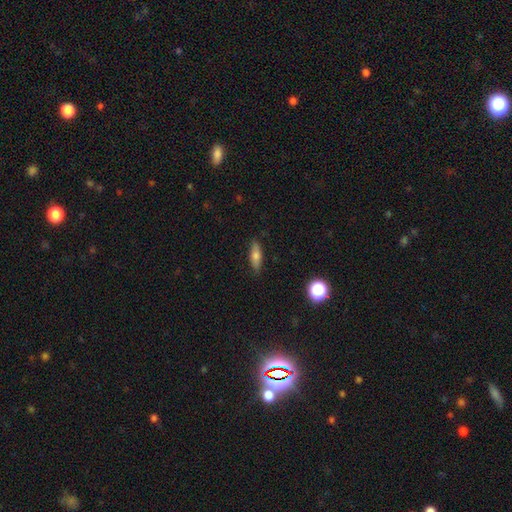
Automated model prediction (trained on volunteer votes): Smooth or featured? smooth (70%)
How rounded? in between (51%)
Merging? none (86%)